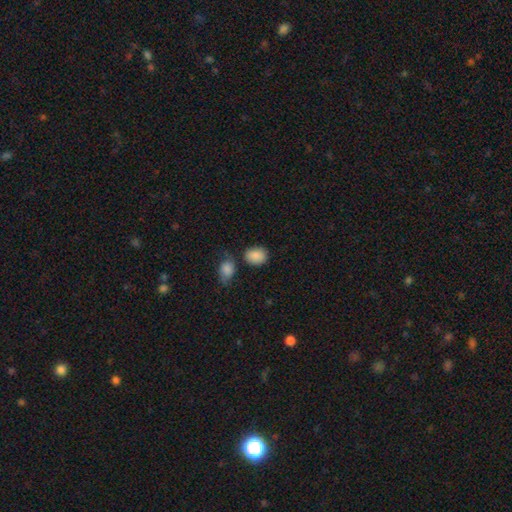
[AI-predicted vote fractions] A smooth galaxy with no disk features (88%) that is in between round and cigar-shaped (60%). Merging: none (69%).